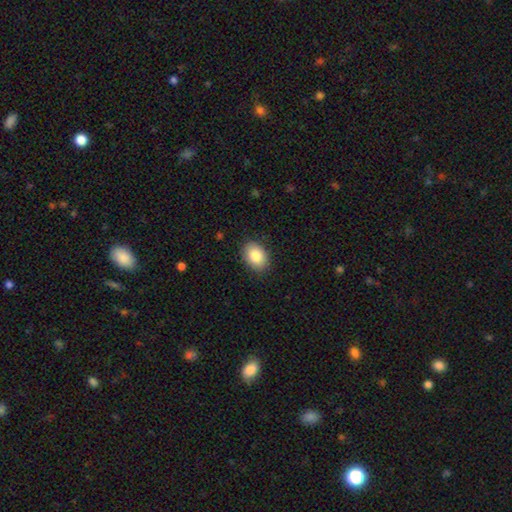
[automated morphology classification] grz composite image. It shows a smooth galaxy with no disk features (86%) that is in between round and cigar-shaped (79%). Merging: none (87%).